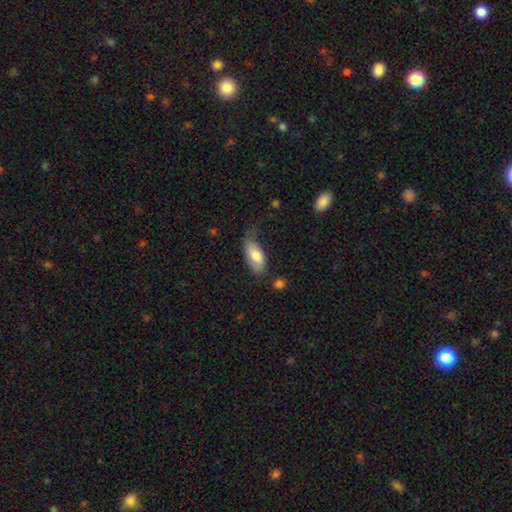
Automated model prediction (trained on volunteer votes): Morphology: type=smooth (74%); roundness=in between (89%); merging=none (47%).